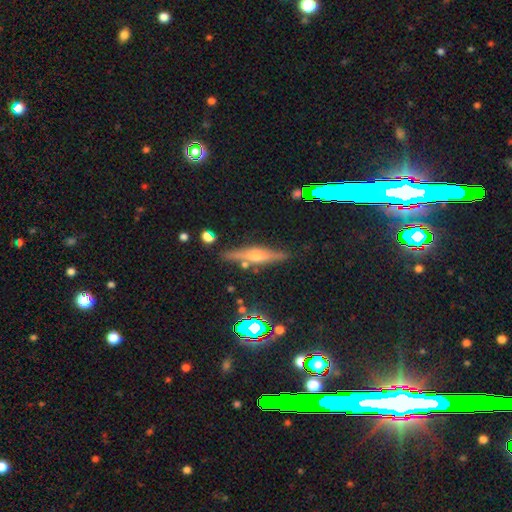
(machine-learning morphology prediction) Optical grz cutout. It shows a featured or disk galaxy (63%) viewed edge-on (94%) with a rounded central bulge (84%). Merging: none (84%).